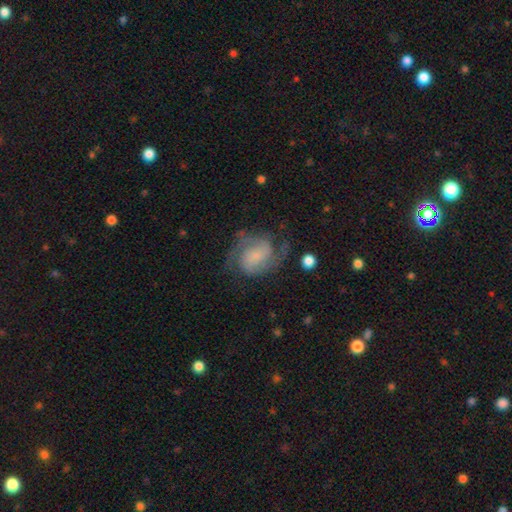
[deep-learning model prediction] Smooth or featured? featured or disk (82%)
Edge-on disk? no (98%)
Bar? no (51%)
Spiral arms? yes (96%)
Spiral winding? medium (51%)
Spiral arm count? 2 (75%)
Bulge size? small (54%)
Merging? none (67%)